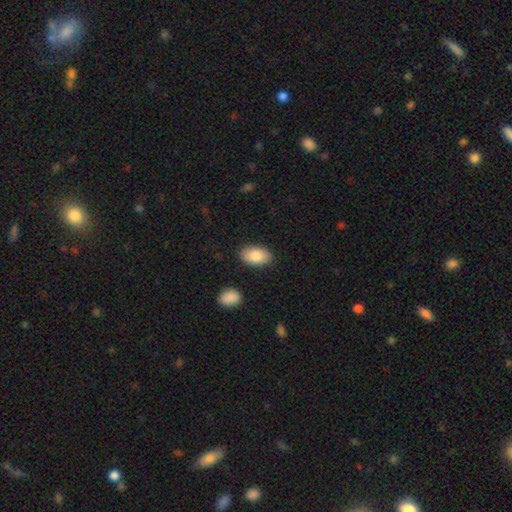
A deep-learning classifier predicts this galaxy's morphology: smooth-or-featured: smooth: 83% | featured or disk: 11% | star or artifact: 6%
  how-rounded: in between: 93% | round: 5% | cigar-shaped: 1%
  merging: none: 86% | minor disturbance: 10% | major disturbance: 2% | merger: 2%